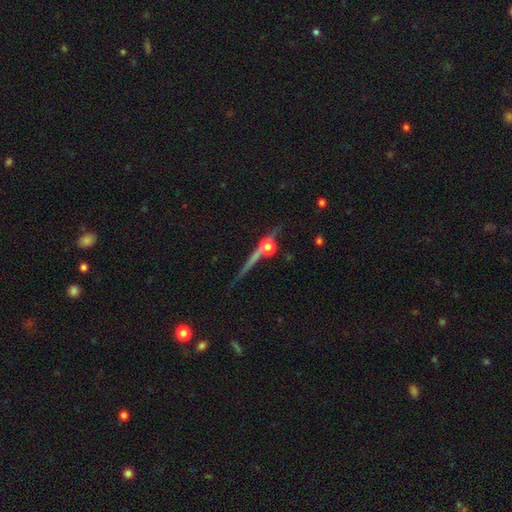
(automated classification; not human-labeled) smooth-or-featured: featured or disk: 65% | smooth: 20% | star or artifact: 15%
  disk-edge-on: yes: 90% | no: 10%
    edge-on-bulge: rounded: 77% | none: 16% | boxy: 7%
  merging: none: 67% | minor disturbance: 13% | merger: 12% | major disturbance: 8%